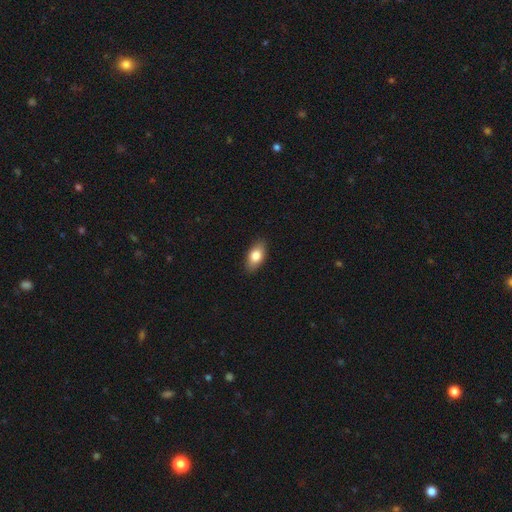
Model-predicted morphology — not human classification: smooth_or_featured: smooth (p=0.80) [alt: featured or disk p=0.13]
how_rounded: in between (p=0.89) [alt: cigar-shaped p=0.06]
merging: none (p=0.89) [alt: minor disturbance p=0.09]